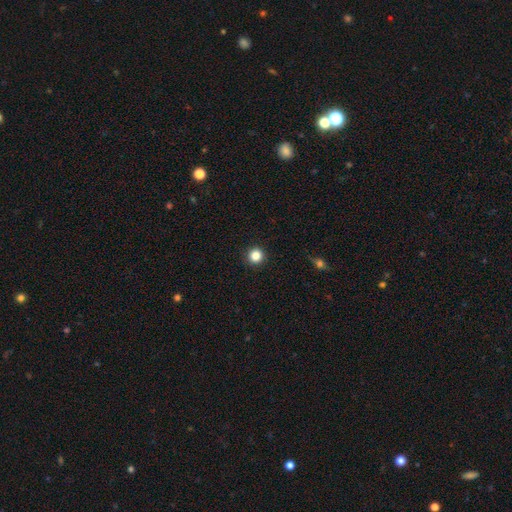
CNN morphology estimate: This appears to be a smooth galaxy with no disk features (85%) that is round (95%). Merging: none (93%).